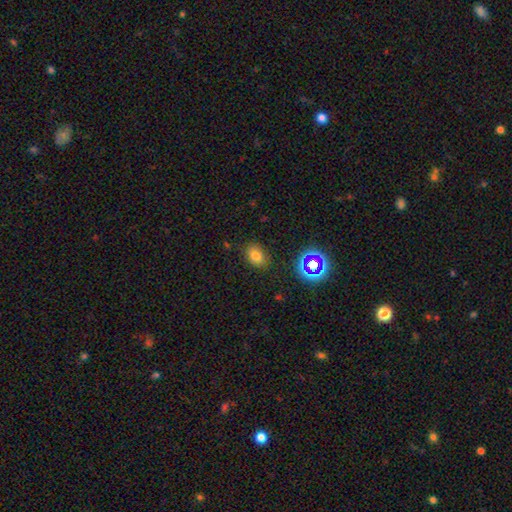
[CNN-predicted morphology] smooth 74%, star or artifact 17%, featured or disk 9%. Down the decision tree: how rounded — in between (74%); merging — none (82%).